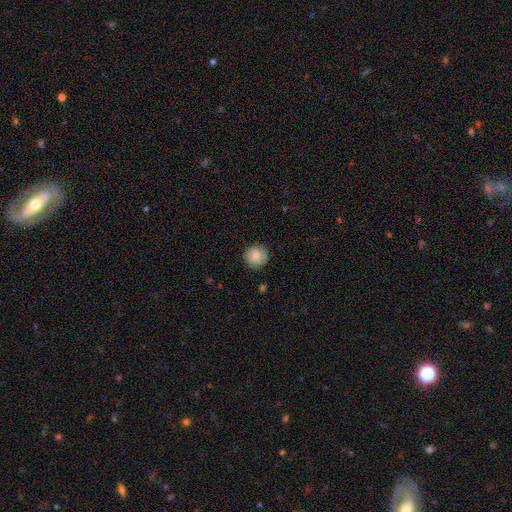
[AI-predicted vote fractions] smooth_or_featured: smooth (p=0.79) [alt: featured or disk p=0.13]
how_rounded: round (p=0.91) [alt: in between p=0.08]
merging: none (p=0.87) [alt: minor disturbance p=0.10]